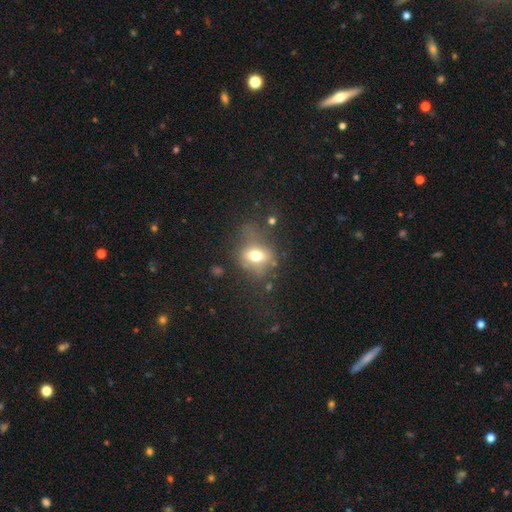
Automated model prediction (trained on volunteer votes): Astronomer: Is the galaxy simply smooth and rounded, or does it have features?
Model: smooth — 64%.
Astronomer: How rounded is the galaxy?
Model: in between — 61%.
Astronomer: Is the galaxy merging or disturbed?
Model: none — 44% (runner-up: major disturbance, 25%).